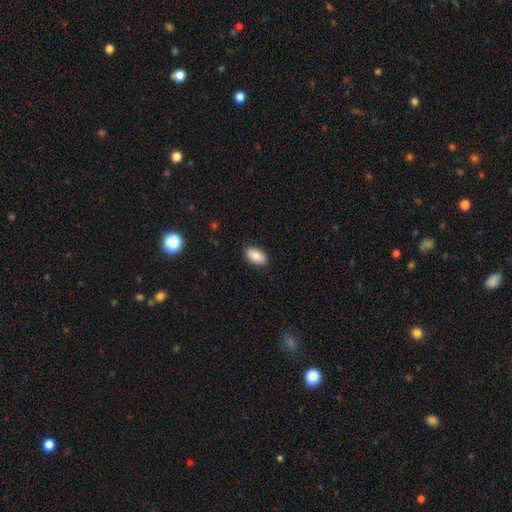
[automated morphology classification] smooth_or_featured: smooth (p=0.84) [alt: featured or disk p=0.08]
how_rounded: in between (p=0.93) [alt: round p=0.05]
merging: none (p=0.84) [alt: minor disturbance p=0.12]